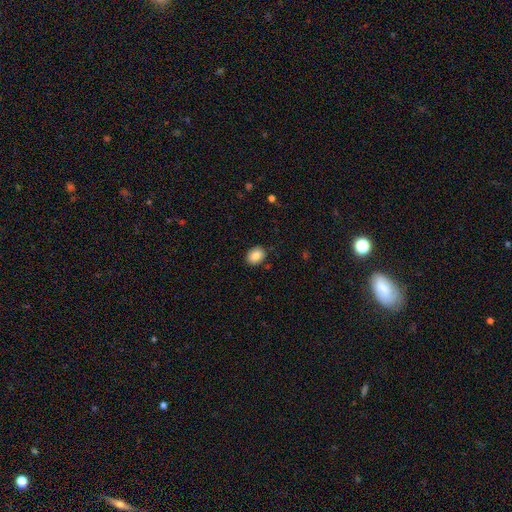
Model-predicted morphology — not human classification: The model was most divided on "how rounded": in between: 53%, round: 46%, cigar-shaped: 1%. More confident: merging — none (88%); smooth or featured — smooth (86%).